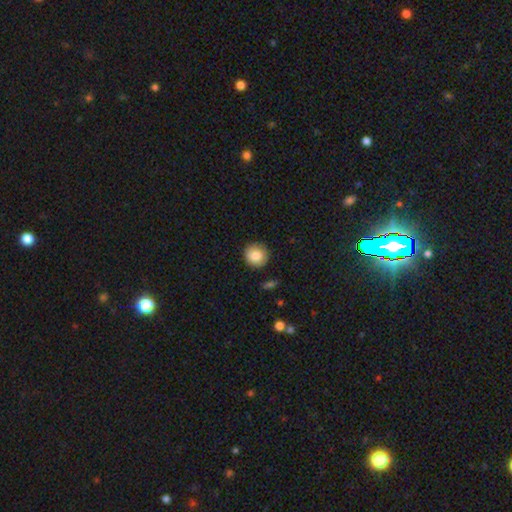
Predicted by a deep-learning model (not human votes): A smooth galaxy with no disk features (85%) that is round (92%). Merging: none (89%).